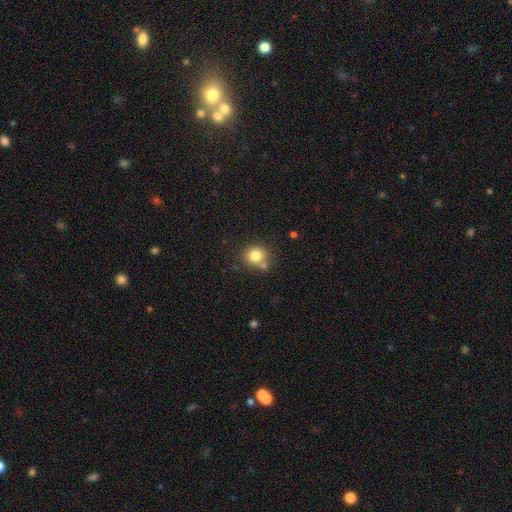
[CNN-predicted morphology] smooth_or_featured: smooth (p=0.80) [alt: star or artifact p=0.12]
how_rounded: round (p=0.84) [alt: in between p=0.16]
merging: none (p=0.64) [alt: merger p=0.18]